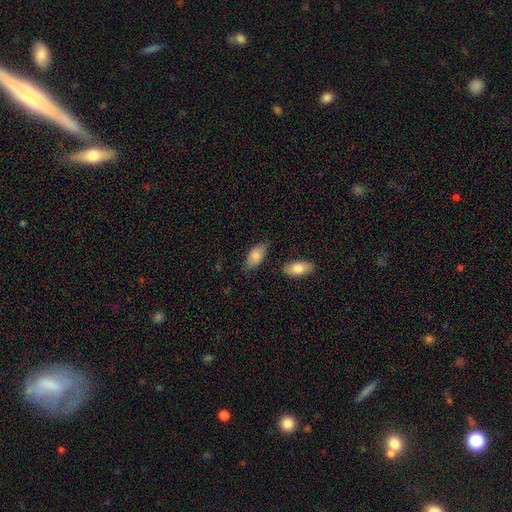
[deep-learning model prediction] A smooth galaxy with no disk features (82%) that is in between round and cigar-shaped (93%).

Vote fractions:
- Smooth or featured? smooth: 82% / featured or disk: 12% / star or artifact: 6%
- How rounded? in between: 93% / cigar-shaped: 5% / round: 3%
- Merging? none: 76% / minor disturbance: 16% / merger: 4% / major disturbance: 3%